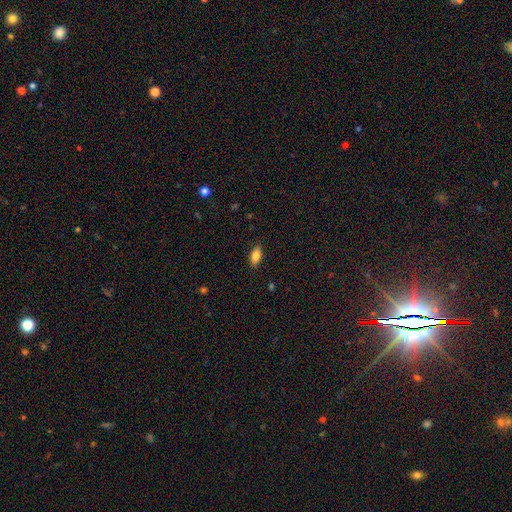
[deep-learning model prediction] A smooth galaxy with no disk features (85%) that is in between round and cigar-shaped (89%).

Vote fractions:
- Smooth or featured? smooth: 85% / star or artifact: 8% / featured or disk: 8%
- How rounded? in between: 89% / cigar-shaped: 8% / round: 3%
- Merging? none: 87% / minor disturbance: 10% / major disturbance: 2% / merger: 1%